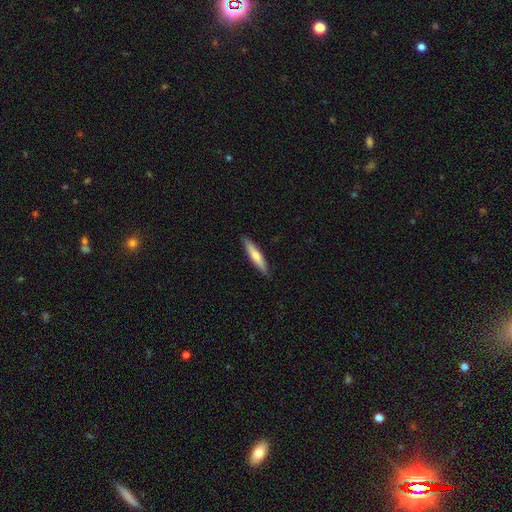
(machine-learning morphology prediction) The model was most divided on "smooth or featured": smooth: 68%, featured or disk: 27%, star or artifact: 5%. More confident: merging — none (89%); how rounded — cigar-shaped (87%).